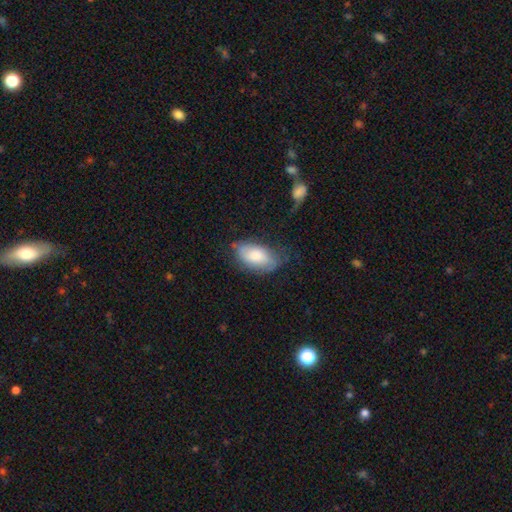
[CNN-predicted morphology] smooth_or_featured: smooth (p=0.72) [alt: featured or disk p=0.22]
how_rounded: in between (p=0.94) [alt: round p=0.04]
merging: none (p=0.59) [alt: minor disturbance p=0.29]